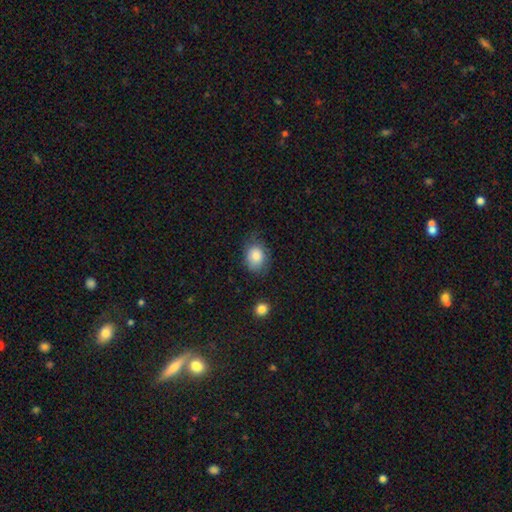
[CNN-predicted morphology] smooth_or_featured: smooth (p=0.83) [alt: featured or disk p=0.09]
how_rounded: in between (p=0.57) [alt: round p=0.42]
merging: none (p=0.64) [alt: minor disturbance p=0.25]